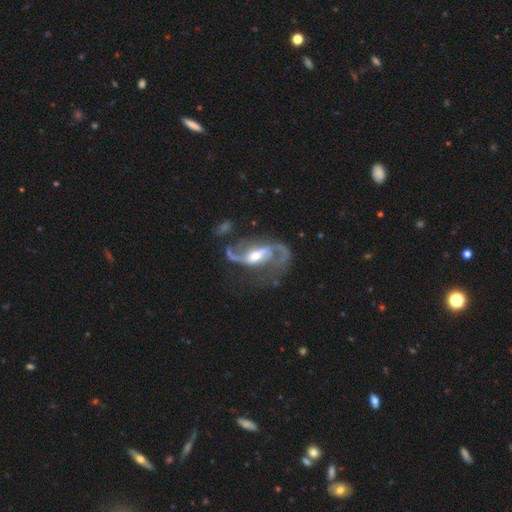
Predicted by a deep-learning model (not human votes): Morphology: type=featured or disk (89%); edge-on=no (96%); bar=strong (42%); spiral arms=yes (95%); winding=loose (62%); arm count=2 (88%); bulge=moderate (59%); merging=none (56%).